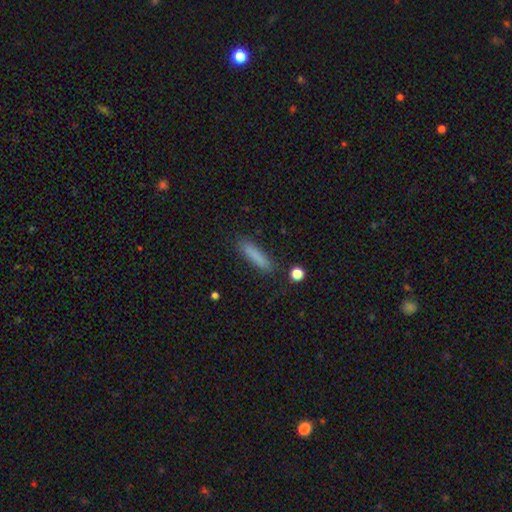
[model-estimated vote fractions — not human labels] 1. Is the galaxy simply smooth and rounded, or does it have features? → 83% smooth, 9% featured or disk, 8% star or artifact.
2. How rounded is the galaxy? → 86% cigar-shaped, 13% in between, 2% round.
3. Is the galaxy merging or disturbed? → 85% none, 10% minor disturbance, 2% major disturbance, 2% merger.